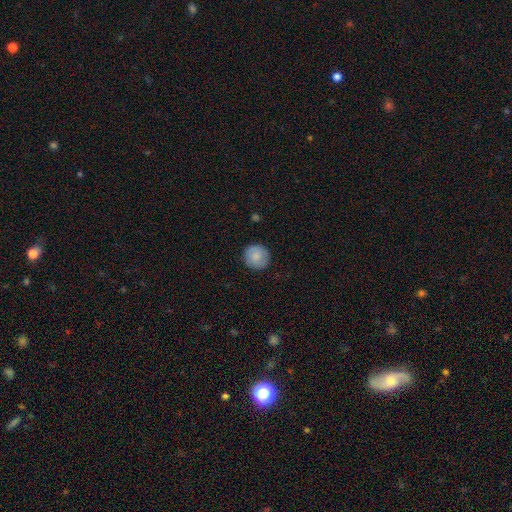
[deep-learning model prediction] Overall: smooth (83%). How rounded: round (93%). Merging: none (89%).